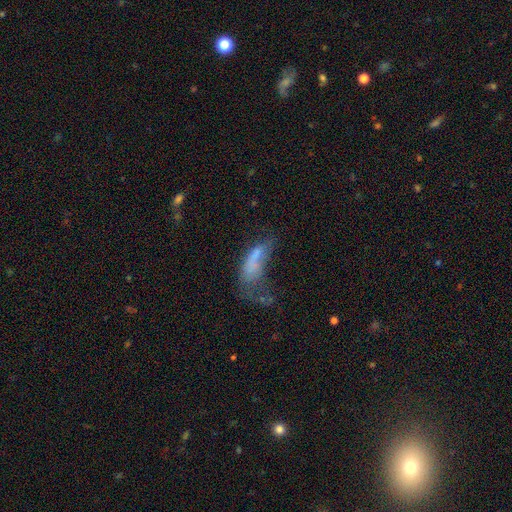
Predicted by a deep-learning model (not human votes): smooth 52%, featured or disk 32%, star or artifact 16%. Down the decision tree: how rounded — in between (70%); merging — major disturbance (46%).